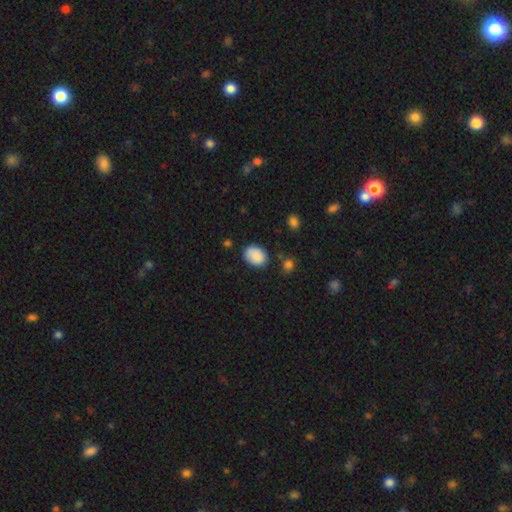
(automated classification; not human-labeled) This is clearly a smooth galaxy (88%). How rounded: likely in between (71%). Merging: likely none (75%).